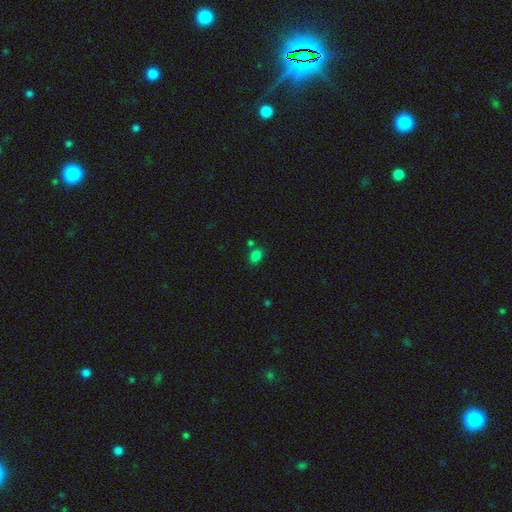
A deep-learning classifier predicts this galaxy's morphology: Smooth or featured?
  - smooth: 80% *
  - star or artifact: 16%
  - featured or disk: 4%
How rounded?
  - in between: 64% *
  - round: 35%
  - cigar-shaped: 1%
Merging?
  - none: 72% *
  - minor disturbance: 12%
  - merger: 12%
  - major disturbance: 4%